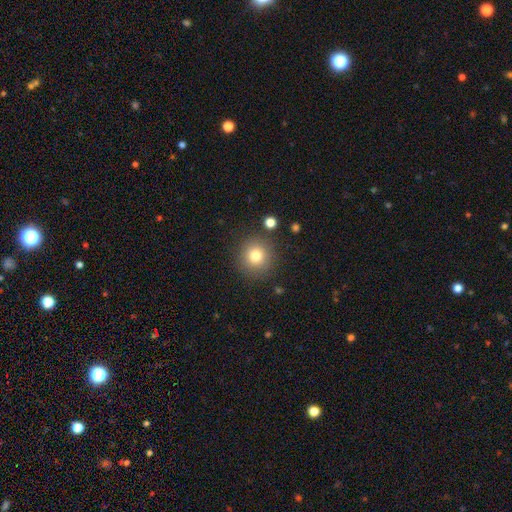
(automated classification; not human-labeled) Q: Smooth or featured?
A: smooth (80%); runner-up: star or artifact (12%)
Q: How rounded?
A: round (93%); runner-up: in between (6%)
Q: Merging?
A: none (86%); runner-up: minor disturbance (8%)